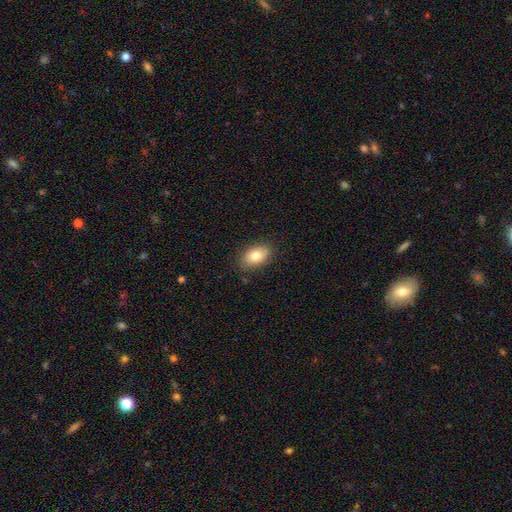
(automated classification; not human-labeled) smooth 79%, featured or disk 13%, star or artifact 8%. Down the decision tree: how rounded — in between (88%); merging — none (84%).